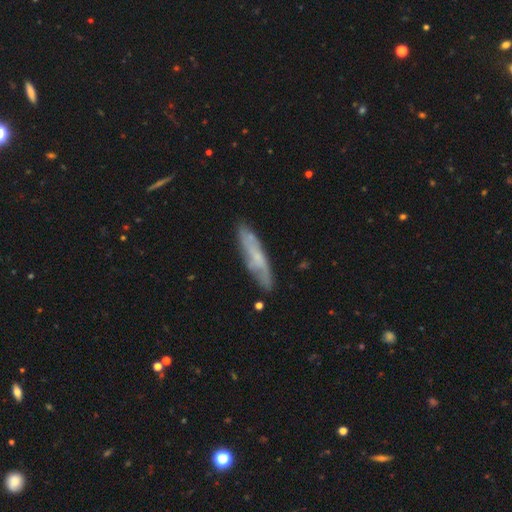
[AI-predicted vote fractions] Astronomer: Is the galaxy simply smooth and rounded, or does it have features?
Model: featured or disk — 52% (runner-up: smooth, 41%).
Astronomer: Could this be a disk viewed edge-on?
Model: yes — 53% (runner-up: no, 47%).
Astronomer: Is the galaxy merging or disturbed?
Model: none — 80%.